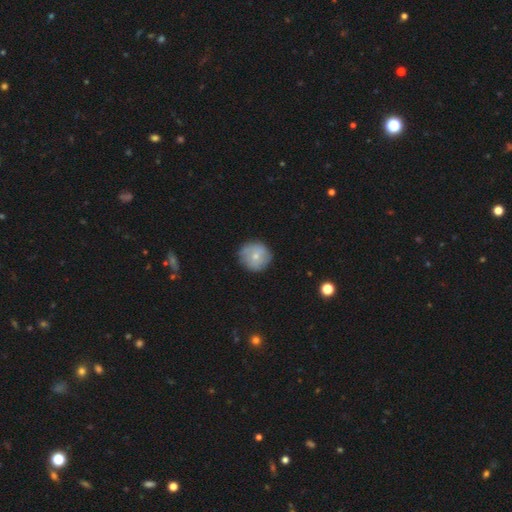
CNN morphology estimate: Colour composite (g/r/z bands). It shows a smooth galaxy with no disk features (63%) that is round (92%). Merging: none (78%).